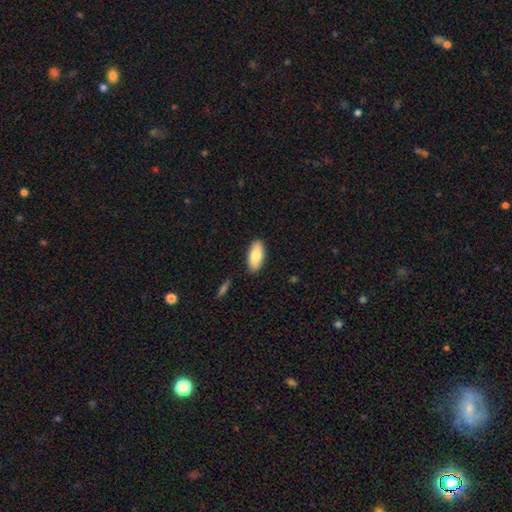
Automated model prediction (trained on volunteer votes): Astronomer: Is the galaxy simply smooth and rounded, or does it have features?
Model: smooth — 82%.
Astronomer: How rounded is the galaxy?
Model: in between — 88%.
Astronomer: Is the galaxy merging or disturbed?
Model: none — 87%.